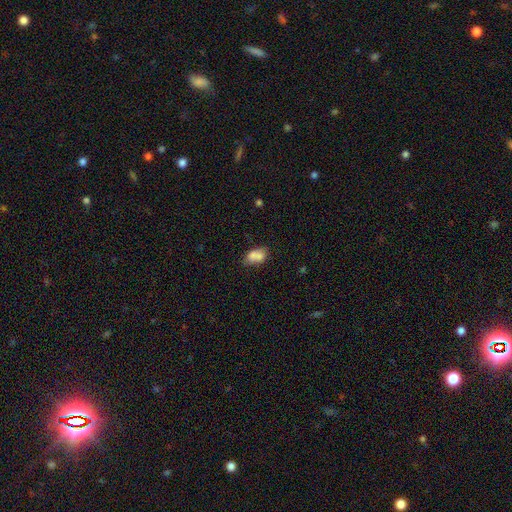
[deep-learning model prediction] Smooth or featured?
  - smooth: 75% *
  - featured or disk: 16%
  - star or artifact: 9%
How rounded?
  - in between: 83% *
  - round: 14%
  - cigar-shaped: 3%
Merging?
  - none: 41% *
  - merger: 35%
  - minor disturbance: 18%
  - major disturbance: 6%